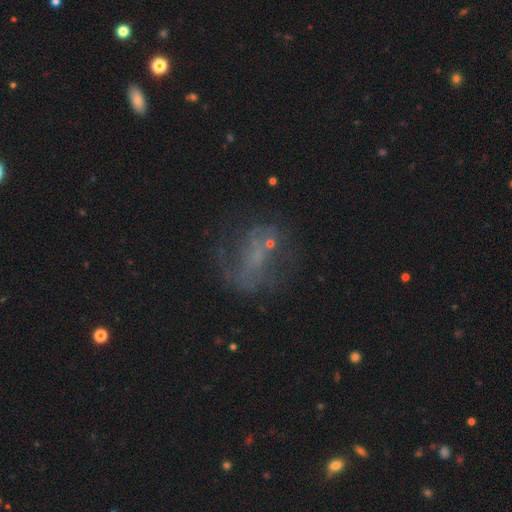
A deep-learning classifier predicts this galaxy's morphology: A featured or disk galaxy (50%).

Vote fractions:
- Smooth or featured? featured or disk: 50% / star or artifact: 26% / smooth: 24%
- Merging? none: 46% / major disturbance: 29% / minor disturbance: 18% / merger: 7%